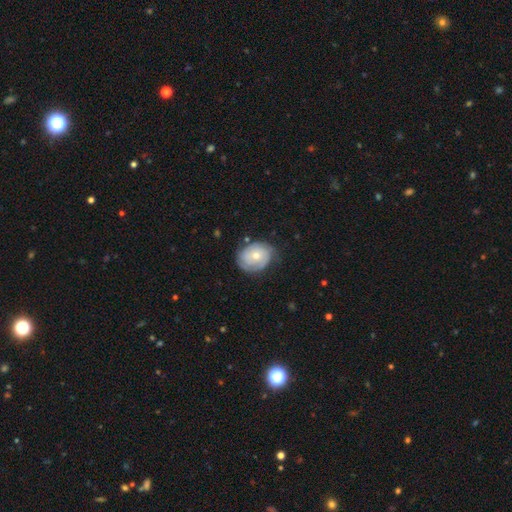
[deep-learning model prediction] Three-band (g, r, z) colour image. It shows a featured or disk galaxy (57%) with no bar (82%), spiral arms (80%) and a moderate central bulge (52%). Merging: none (67%).